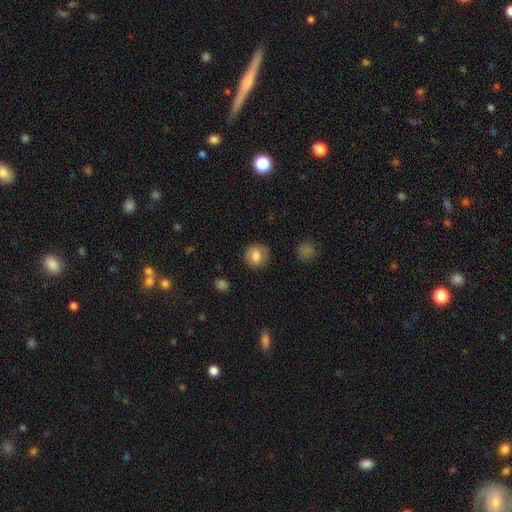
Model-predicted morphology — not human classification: A smooth galaxy with no disk features (77%) that is round (77%). Merging: none (77%).